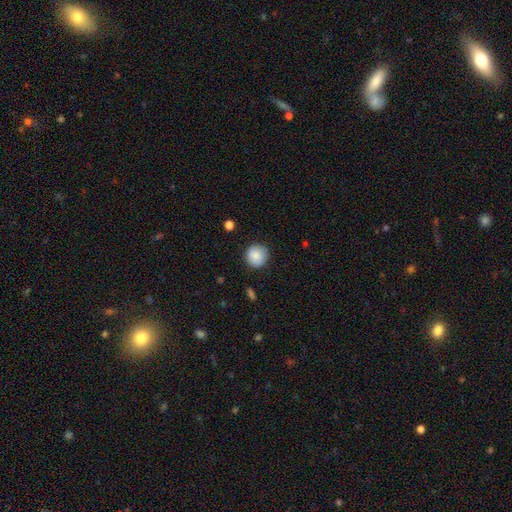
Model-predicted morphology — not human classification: Smooth or featured: smooth — 86% (star or artifact — 8%)
How rounded: round — 93% (in between — 7%)
Merging: none — 87% (minor disturbance — 9%)